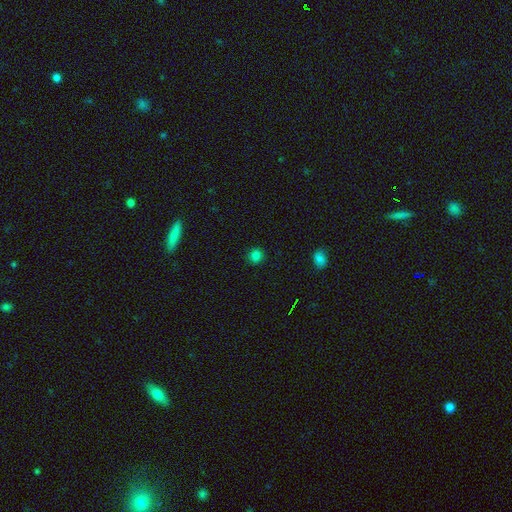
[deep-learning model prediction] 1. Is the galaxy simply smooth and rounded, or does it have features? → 80% smooth, 15% star or artifact, 5% featured or disk.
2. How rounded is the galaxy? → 89% round, 10% in between, 1% cigar-shaped.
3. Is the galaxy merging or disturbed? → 90% none, 7% minor disturbance, 2% major disturbance, 1% merger.